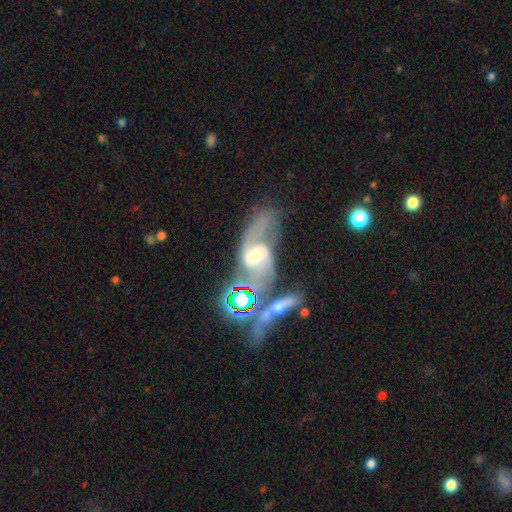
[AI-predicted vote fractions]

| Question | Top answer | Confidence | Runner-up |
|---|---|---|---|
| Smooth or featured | featured or disk | 82% | smooth (9%) |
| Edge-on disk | no | 95% | yes (5%) |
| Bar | weak | 46% | no (36%) |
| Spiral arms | yes | 94% | no (6%) |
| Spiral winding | loose | 56% | medium (35%) |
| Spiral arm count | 2 | 88% | can't tell (5%) |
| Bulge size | small | 47% | moderate (42%) |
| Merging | none | 37% | merger (30%) |